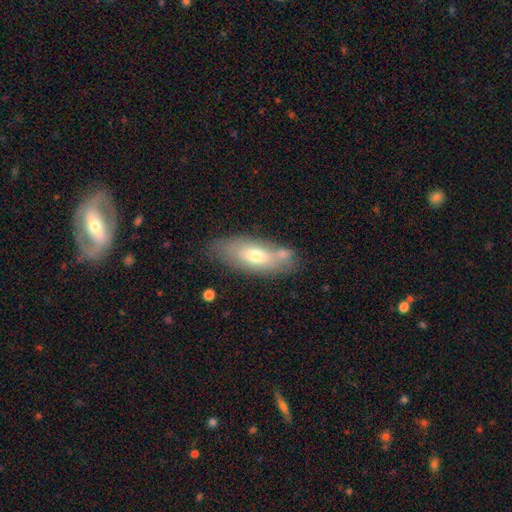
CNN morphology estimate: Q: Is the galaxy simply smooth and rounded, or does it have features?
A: smooth — 63%.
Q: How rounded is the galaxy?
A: in between — 76%.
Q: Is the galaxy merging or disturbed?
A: none — 63%.